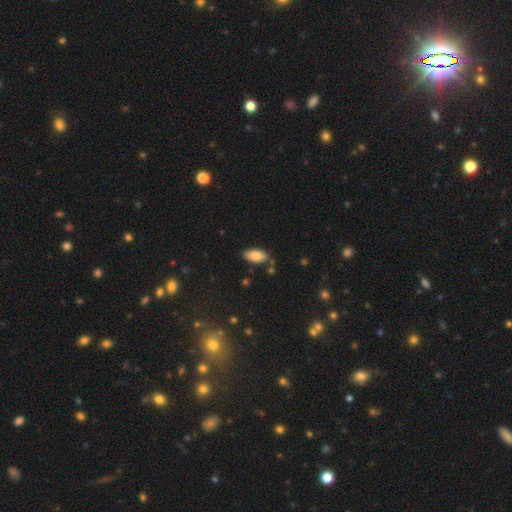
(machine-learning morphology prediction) smooth_or_featured: smooth (p=0.80) [alt: featured or disk p=0.12]
how_rounded: in between (p=0.92) [alt: cigar-shaped p=0.06]
merging: none (p=0.80) [alt: minor disturbance p=0.13]